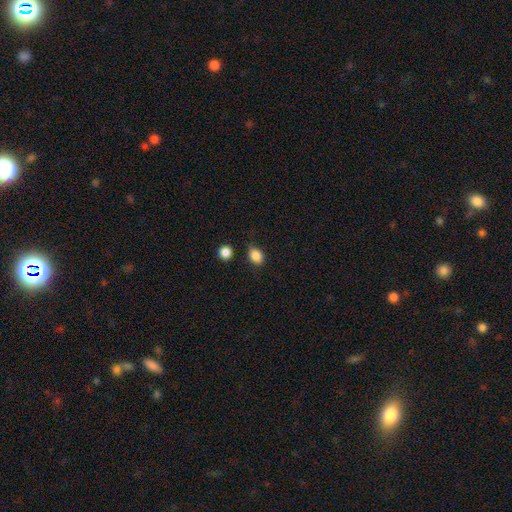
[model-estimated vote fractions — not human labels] This appears to be a smooth galaxy with no disk features (86%) that is in between round and cigar-shaped (65%). Merging: none (75%).